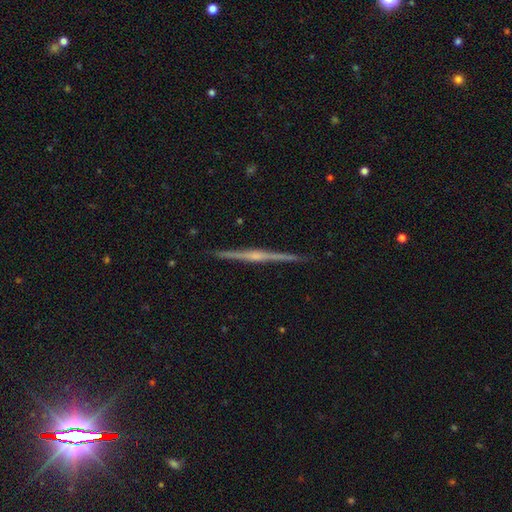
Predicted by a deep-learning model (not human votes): A featured or disk galaxy (80%) viewed edge-on (98%) with a rounded central bulge (72%).

Vote fractions:
- Smooth or featured? featured or disk: 80% / smooth: 11% / star or artifact: 9%
- Edge-on disk? yes: 98% / no: 2%
- Edge-on bulge? rounded: 72% / none: 19% / boxy: 9%
- Merging? none: 90% / minor disturbance: 7% / major disturbance: 1% / merger: 1%